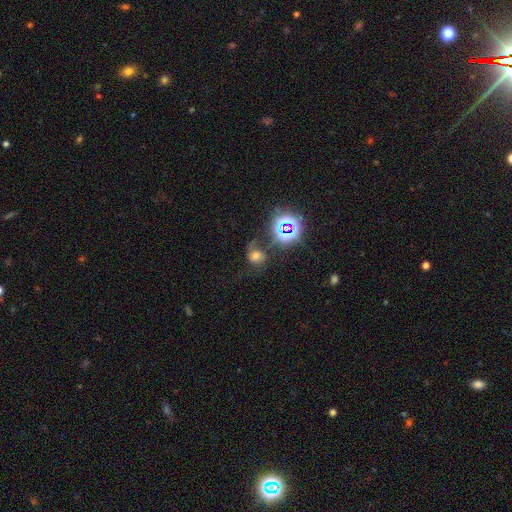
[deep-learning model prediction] smooth 48%, star or artifact 28%, featured or disk 24%. Down the decision tree: merging — none (42%).